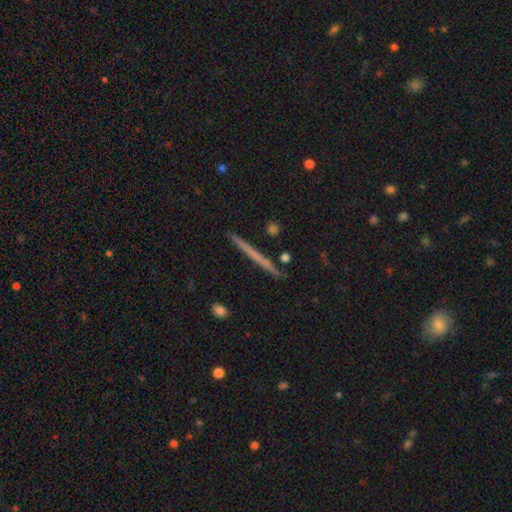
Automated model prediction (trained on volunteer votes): The model was most divided on "smooth or featured": featured or disk: 50%, smooth: 43%, star or artifact: 6%. More confident: edge-on disk — yes (98%); merging — none (91%).